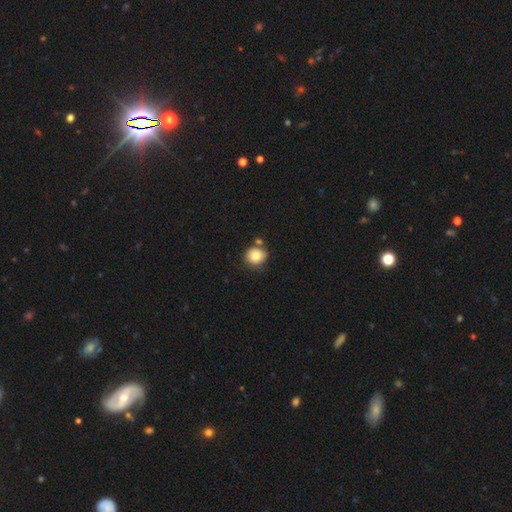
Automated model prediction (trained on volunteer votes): This appears to be a smooth galaxy with no disk features (83%) that is round (85%). Merging: none (65%).